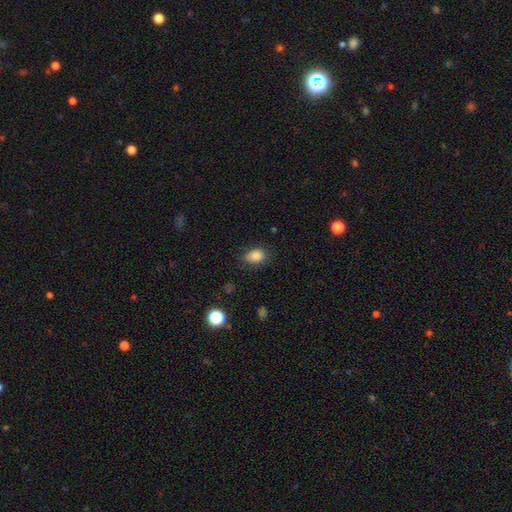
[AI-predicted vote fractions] This is clearly a smooth galaxy (85%). How rounded: likely in between (71%). Merging: likely none (77%).